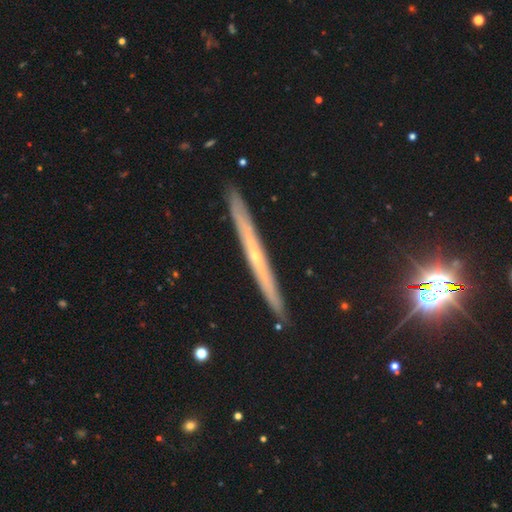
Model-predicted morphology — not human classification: The model was most divided on "edge-on bulge": none: 52%, rounded: 45%, boxy: 2%. More confident: edge-on disk — yes (95%); merging — none (91%); smooth or featured — featured or disk (72%).